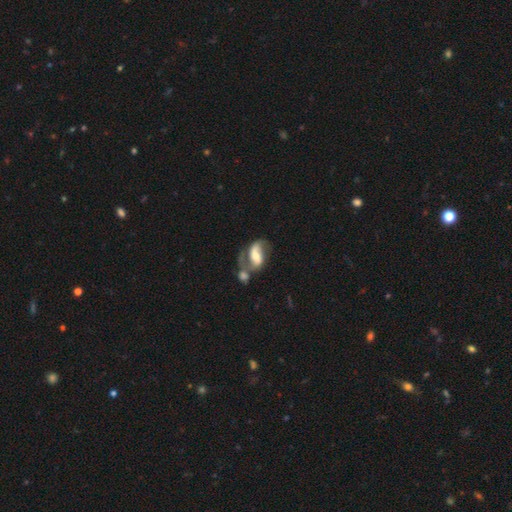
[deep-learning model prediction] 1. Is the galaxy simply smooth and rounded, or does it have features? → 71% featured or disk, 22% smooth, 7% star or artifact.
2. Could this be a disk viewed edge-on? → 96% no, 4% yes.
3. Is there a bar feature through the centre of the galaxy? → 40% weak, 31% no, 29% strong.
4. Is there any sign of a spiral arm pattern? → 86% yes, 14% no.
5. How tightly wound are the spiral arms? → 51% loose, 37% medium, 12% tight.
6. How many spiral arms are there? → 76% 2, 15% 1, 7% can't tell, 1% 3, 1% 4, 1% more than 4.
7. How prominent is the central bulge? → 51% moderate, 27% small, 14% large, 6% none, 2% dominant.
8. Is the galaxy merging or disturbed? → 45% merger, 24% none, 18% major disturbance, 13% minor disturbance.